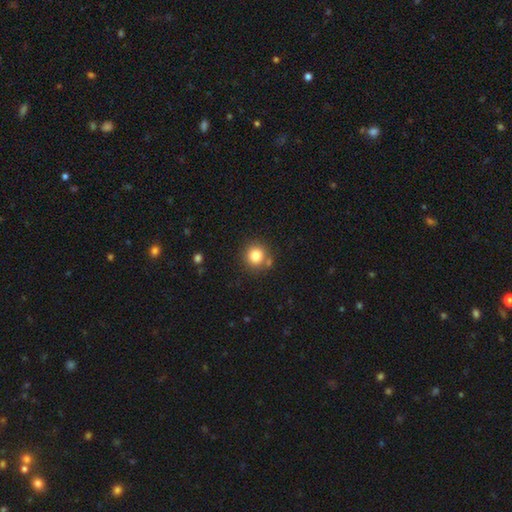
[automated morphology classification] Overall: smooth (82%). How rounded: round (92%). Merging: none (79%).